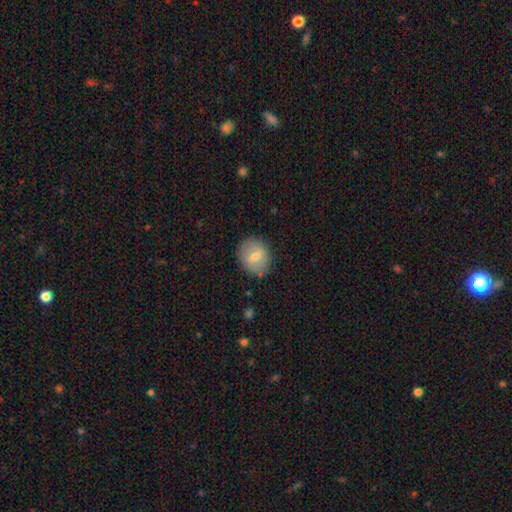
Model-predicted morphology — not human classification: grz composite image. It shows a smooth galaxy with no disk features (65%) that is round (68%). Merging: none (85%).